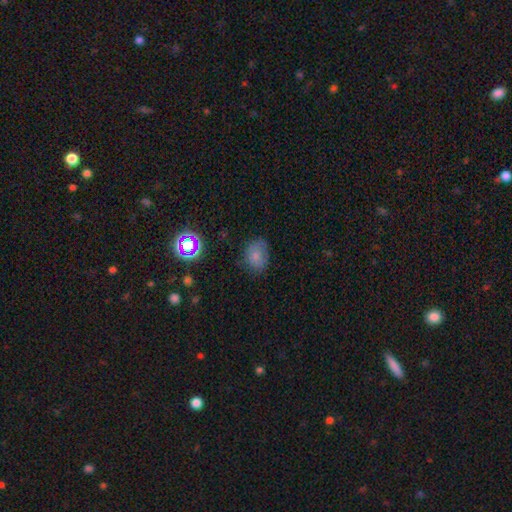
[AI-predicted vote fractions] Smooth or featured?
  - smooth: 74% *
  - star or artifact: 15%
  - featured or disk: 11%
How rounded?
  - in between: 65% *
  - round: 34%
  - cigar-shaped: 1%
Merging?
  - none: 65% *
  - minor disturbance: 25%
  - major disturbance: 8%
  - merger: 2%